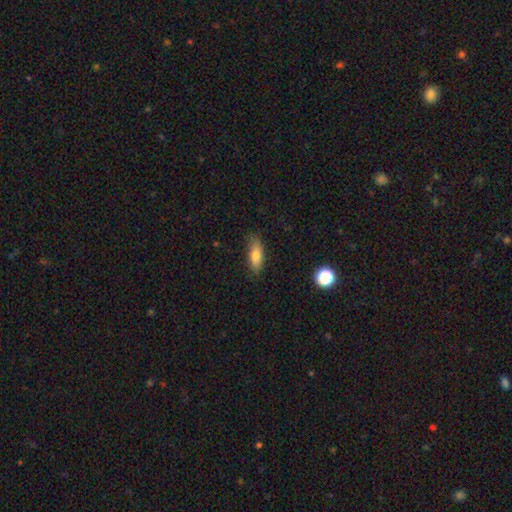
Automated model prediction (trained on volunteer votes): Smooth or featured? smooth (76%)
How rounded? in between (66%)
Merging? none (82%)